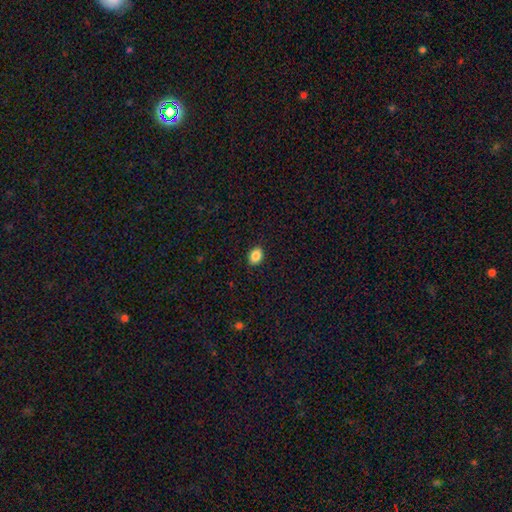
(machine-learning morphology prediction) Smooth or featured? smooth (87%)
How rounded? in between (68%)
Merging? none (89%)